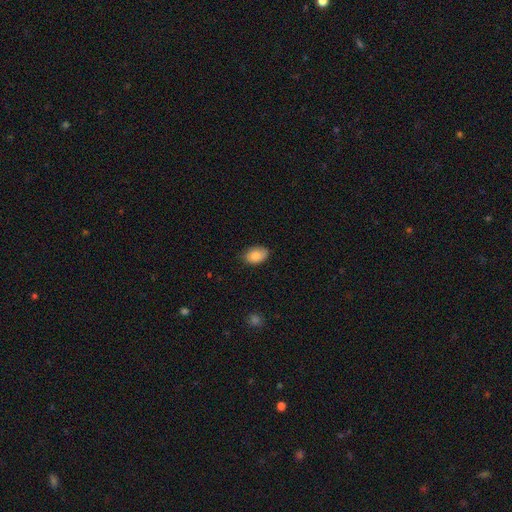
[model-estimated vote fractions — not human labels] smooth 85%, featured or disk 8%, star or artifact 7%. Down the decision tree: how rounded — in between (88%); merging — none (81%).